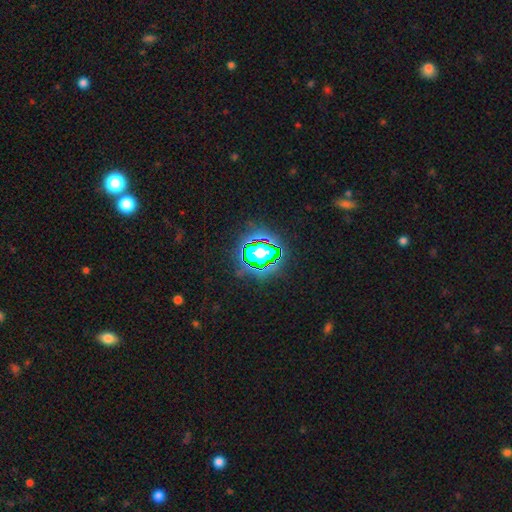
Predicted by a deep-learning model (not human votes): Morphology: type=star or artifact (80%).